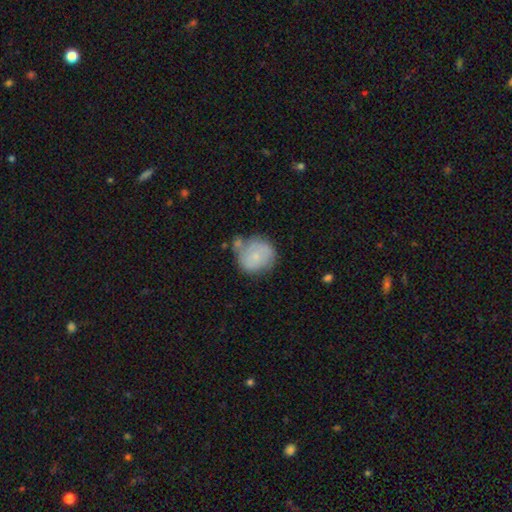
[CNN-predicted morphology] Q: Smooth or featured?
A: smooth (68%); runner-up: featured or disk (25%)
Q: How rounded?
A: round (84%); runner-up: in between (15%)
Q: Merging?
A: none (49%); runner-up: minor disturbance (26%)